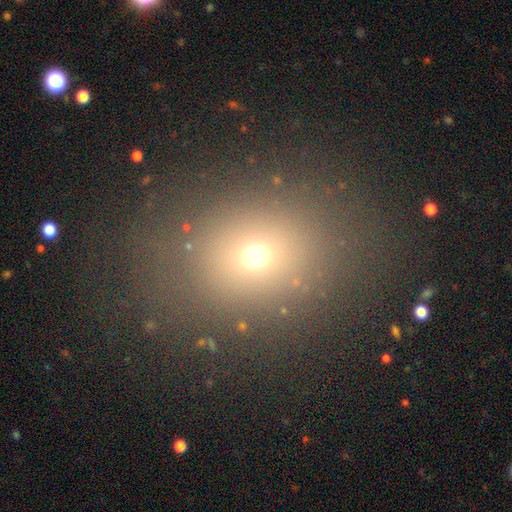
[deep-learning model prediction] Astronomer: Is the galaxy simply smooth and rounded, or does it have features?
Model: smooth — 66%.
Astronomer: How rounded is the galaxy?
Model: round — 57% (runner-up: in between, 42%).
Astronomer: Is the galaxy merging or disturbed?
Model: none — 81%.